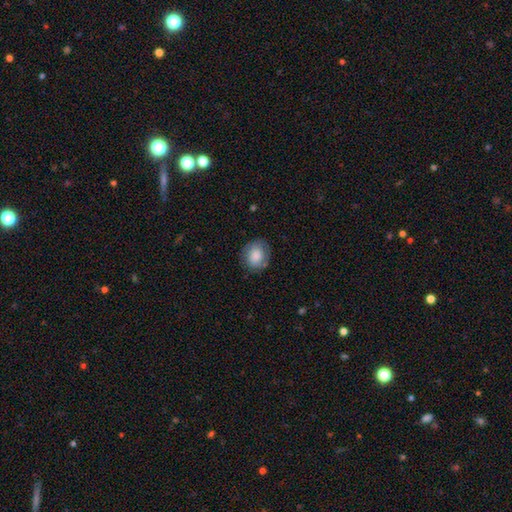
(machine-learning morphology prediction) A smooth galaxy with no disk features (74%) that is round (68%).

Vote fractions:
- Smooth or featured? smooth: 74% / featured or disk: 19% / star or artifact: 8%
- How rounded? round: 68% / in between: 31% / cigar-shaped: 1%
- Merging? none: 77% / minor disturbance: 16% / major disturbance: 5% / merger: 1%